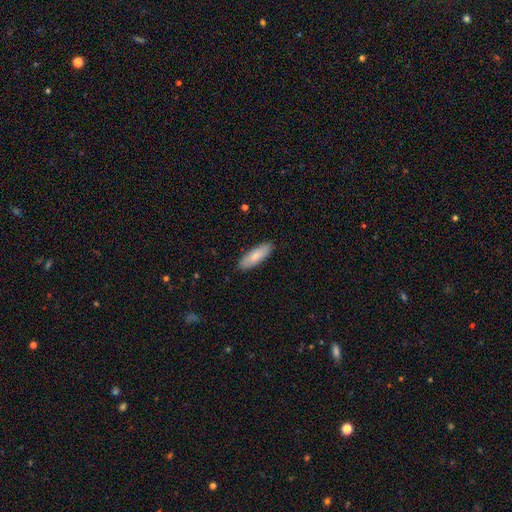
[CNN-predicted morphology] Smooth or featured? smooth (81%)
How rounded? in between (59%)
Merging? none (89%)